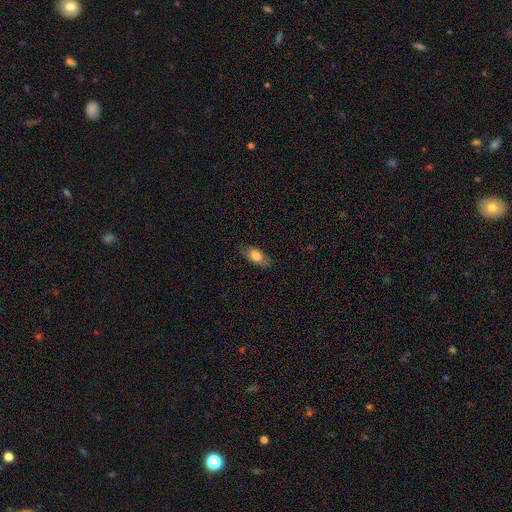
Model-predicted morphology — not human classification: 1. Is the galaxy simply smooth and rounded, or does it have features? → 78% smooth, 15% featured or disk, 7% star or artifact.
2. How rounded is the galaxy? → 86% in between, 8% cigar-shaped, 6% round.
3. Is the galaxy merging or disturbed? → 76% none, 18% minor disturbance, 5% major disturbance, 1% merger.